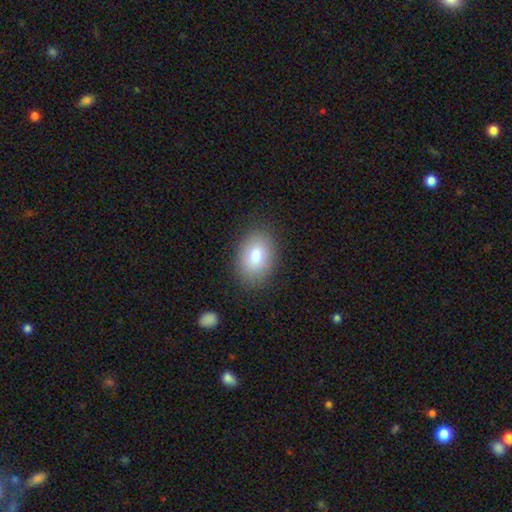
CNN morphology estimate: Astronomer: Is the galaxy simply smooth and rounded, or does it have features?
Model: smooth — 81%.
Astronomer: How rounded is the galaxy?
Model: in between — 85%.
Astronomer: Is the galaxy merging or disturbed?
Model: none — 84%.